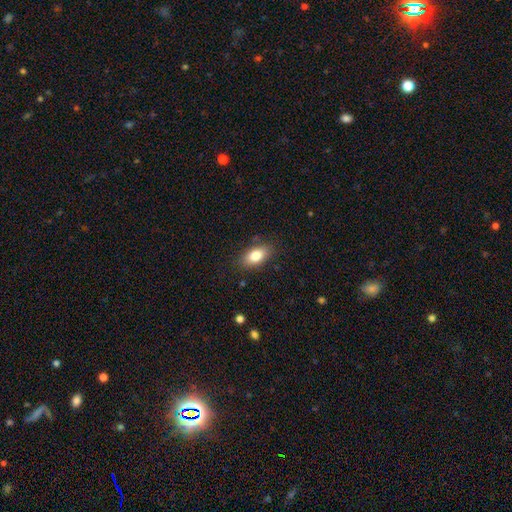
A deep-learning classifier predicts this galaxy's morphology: smooth_or_featured: smooth (p=0.82) [alt: featured or disk p=0.11]
how_rounded: in between (p=0.89) [alt: round p=0.06]
merging: none (p=0.84) [alt: minor disturbance p=0.12]